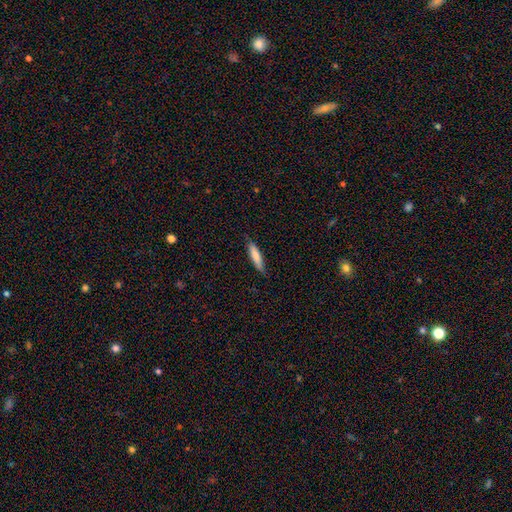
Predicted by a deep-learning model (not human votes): Smooth or featured? Predicted: smooth (p=0.74). How rounded? Predicted: cigar-shaped (p=0.80). Merging? Predicted: none (p=0.82).